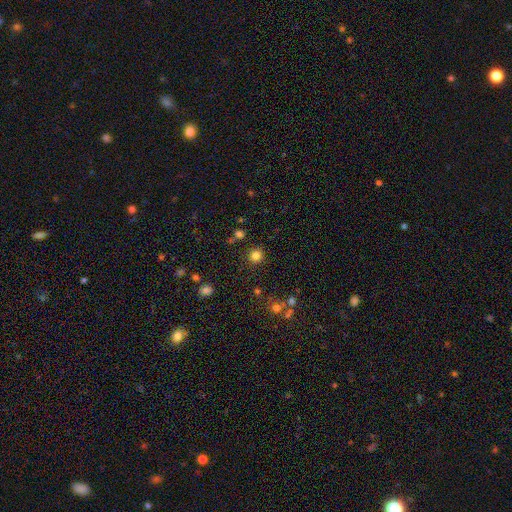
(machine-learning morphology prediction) Smooth or featured?
  - smooth: 81% *
  - star or artifact: 14%
  - featured or disk: 5%
How rounded?
  - round: 93% *
  - in between: 6%
  - cigar-shaped: 1%
Merging?
  - none: 88% *
  - minor disturbance: 6%
  - merger: 3%
  - major disturbance: 3%